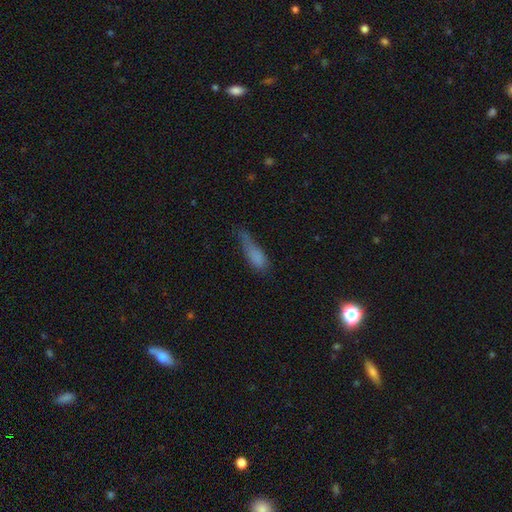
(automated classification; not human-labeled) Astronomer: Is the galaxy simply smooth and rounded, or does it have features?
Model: smooth — 74%.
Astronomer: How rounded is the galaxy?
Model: in between — 49% (runner-up: cigar-shaped, 47%).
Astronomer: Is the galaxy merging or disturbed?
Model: minor disturbance — 36% (runner-up: none, 34%).